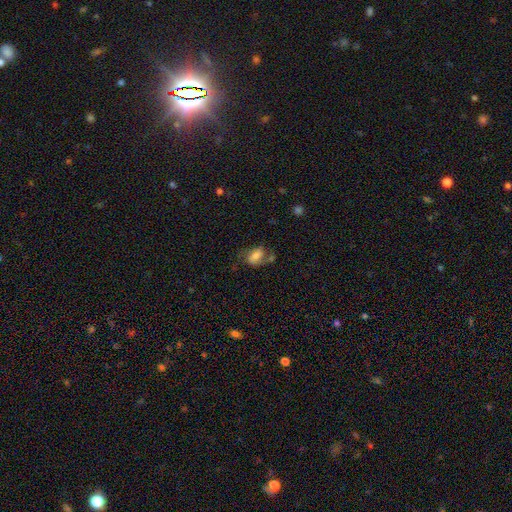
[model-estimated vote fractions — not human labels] Q: Smooth or featured?
A: smooth (50%); runner-up: featured or disk (40%)
Q: How rounded?
A: in between (83%); runner-up: round (14%)
Q: Merging?
A: none (42%); runner-up: minor disturbance (23%)